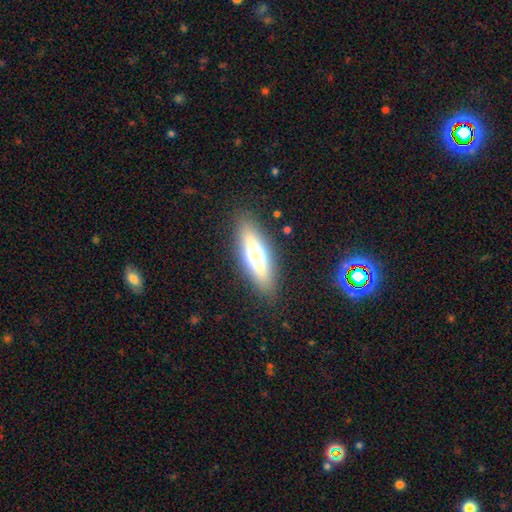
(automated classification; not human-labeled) Morphology: type=smooth (46%); merging=none (86%).